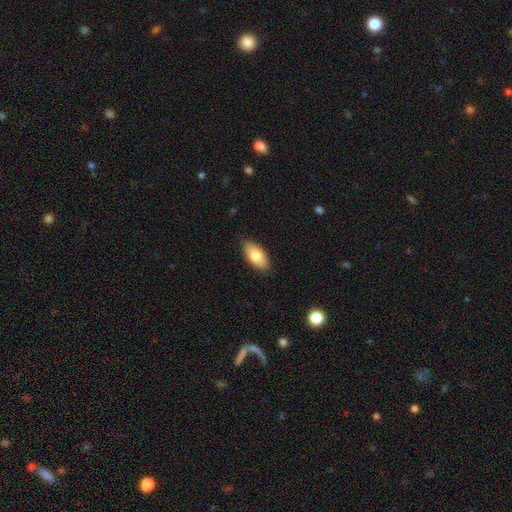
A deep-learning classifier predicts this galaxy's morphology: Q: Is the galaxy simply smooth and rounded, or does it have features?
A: smooth — 81%.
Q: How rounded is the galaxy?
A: in between — 92%.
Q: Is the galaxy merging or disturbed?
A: none — 87%.